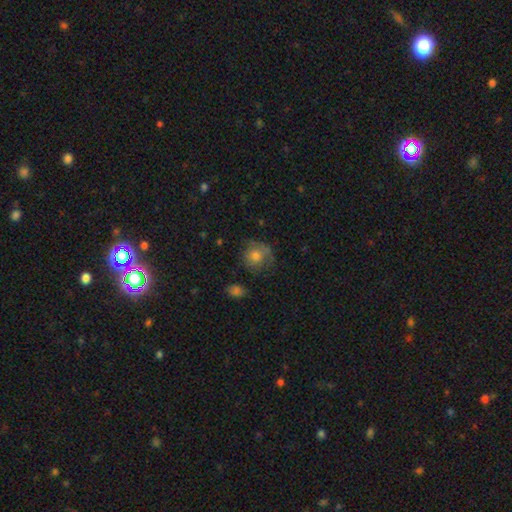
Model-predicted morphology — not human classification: This is likely a smooth galaxy (67%). How rounded: clearly round (82%). Merging: possibly none (59%).